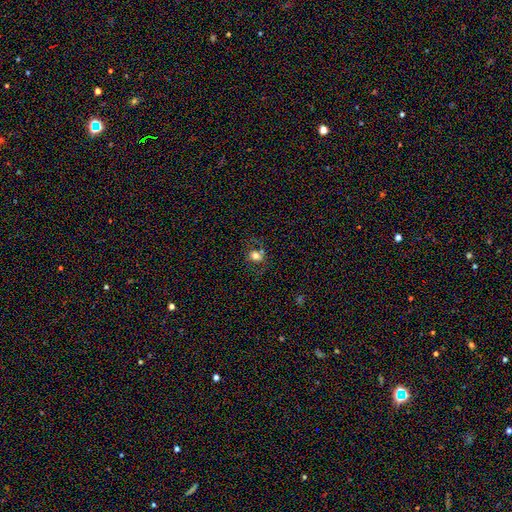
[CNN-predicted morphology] Q: Smooth or featured?
A: smooth (66%); runner-up: featured or disk (18%)
Q: How rounded?
A: round (66%); runner-up: in between (33%)
Q: Merging?
A: none (63%); runner-up: minor disturbance (15%)